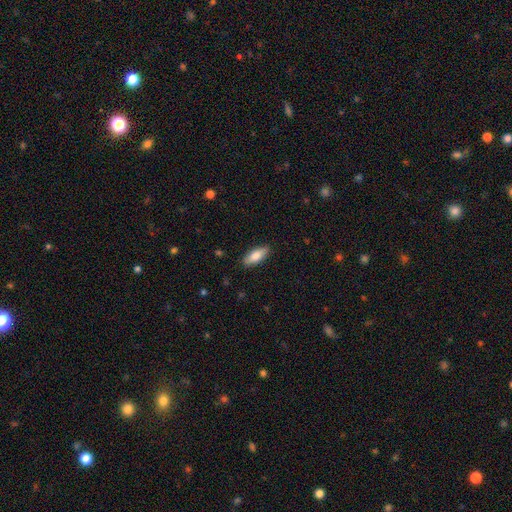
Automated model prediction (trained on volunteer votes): Smooth or featured? smooth (80%)
How rounded? in between (74%)
Merging? none (88%)